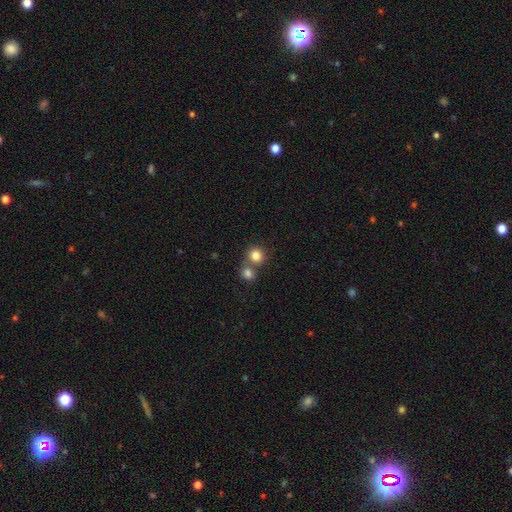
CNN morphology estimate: Smooth or featured: smooth — 82% (star or artifact — 11%)
How rounded: round — 82% (in between — 17%)
Merging: none — 50% (merger — 40%)